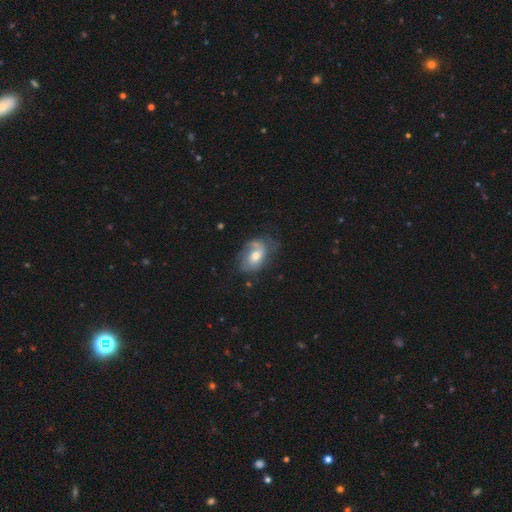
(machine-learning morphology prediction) type=featured or disk (54%); edge-on=no (95%); bar=no (69%); spiral arms=yes (72%); bulge=moderate (69%); merging=none (51%).